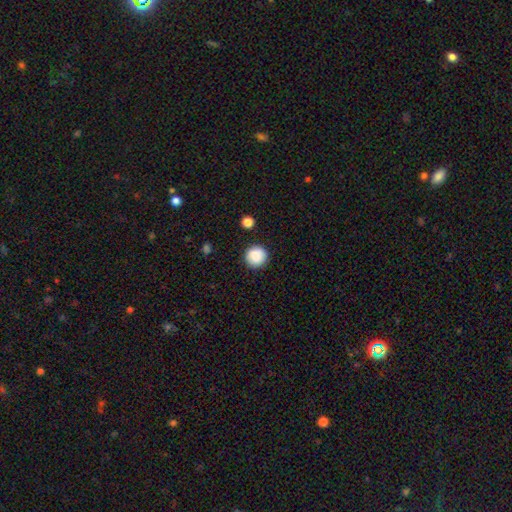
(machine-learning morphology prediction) Smooth or featured? Predicted: smooth (p=0.86). How rounded? Predicted: round (p=0.94). Merging? Predicted: none (p=0.88).